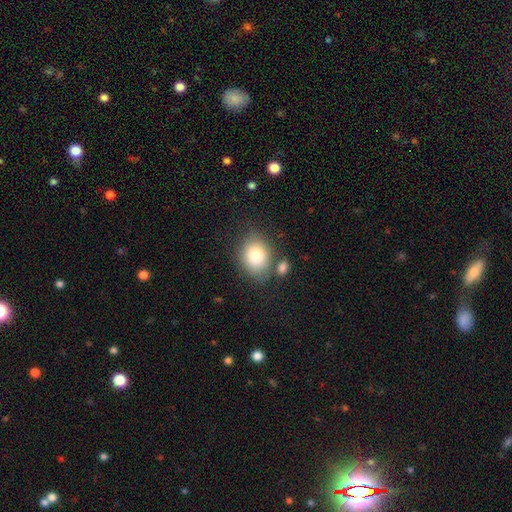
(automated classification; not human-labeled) A smooth galaxy with no disk features (82%) that is in between round and cigar-shaped (59%). Merging: none (66%).